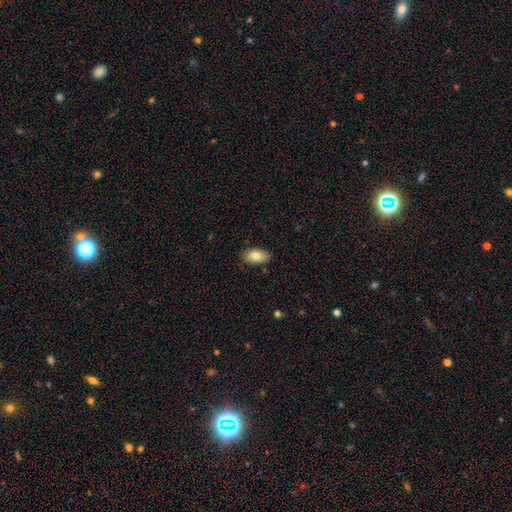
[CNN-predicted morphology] Smooth or featured: smooth — 80% (featured or disk — 13%)
How rounded: in between — 93% (round — 5%)
Merging: none — 84% (minor disturbance — 13%)